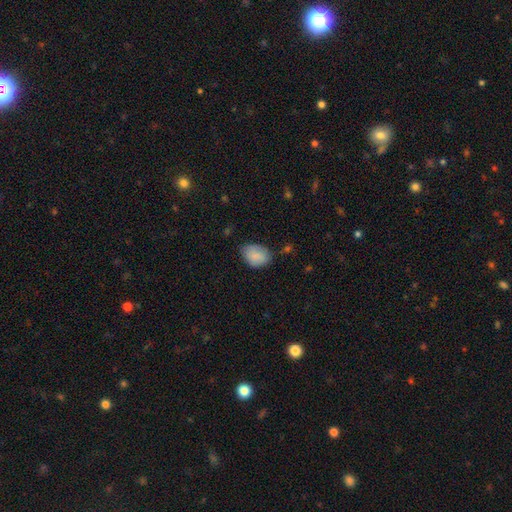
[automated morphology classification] This appears to be a smooth galaxy with no disk features (83%) that is in between round and cigar-shaped (78%). Merging: none (62%).